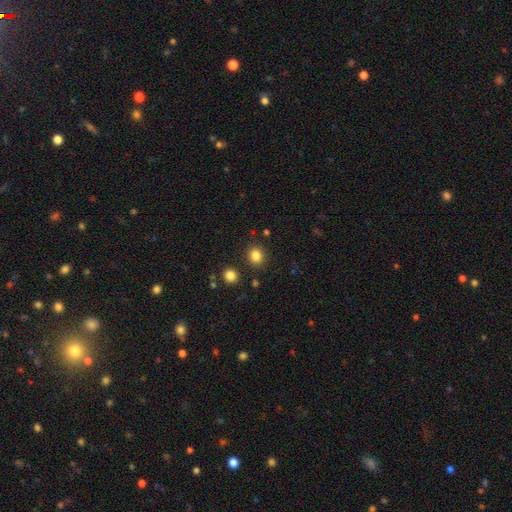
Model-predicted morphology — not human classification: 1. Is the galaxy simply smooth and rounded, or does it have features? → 84% smooth, 12% star or artifact, 5% featured or disk.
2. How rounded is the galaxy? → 78% round, 21% in between, 1% cigar-shaped.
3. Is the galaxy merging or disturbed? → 88% none, 7% minor disturbance, 3% merger, 2% major disturbance.